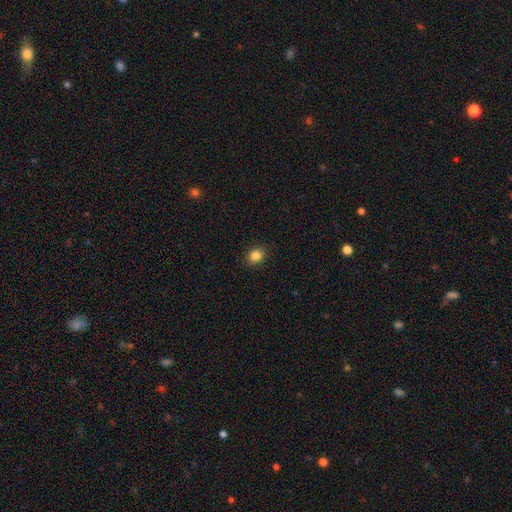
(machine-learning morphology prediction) smooth_or_featured: smooth (p=0.85) [alt: star or artifact p=0.11]
how_rounded: round (p=0.72) [alt: in between p=0.27]
merging: none (p=0.90) [alt: minor disturbance p=0.07]